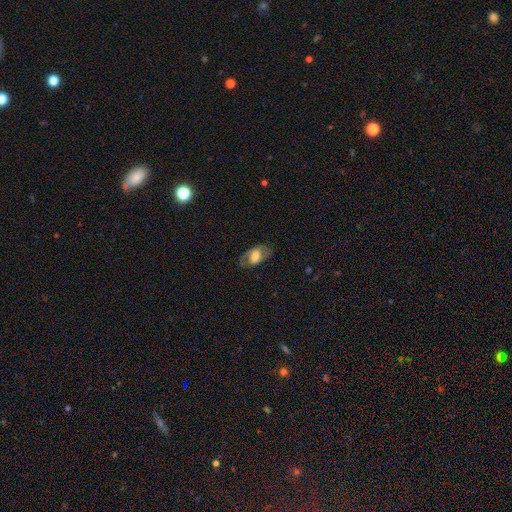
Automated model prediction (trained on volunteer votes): featured or disk 48%, smooth 44%, star or artifact 8%. Down the decision tree: merging — none (72%).